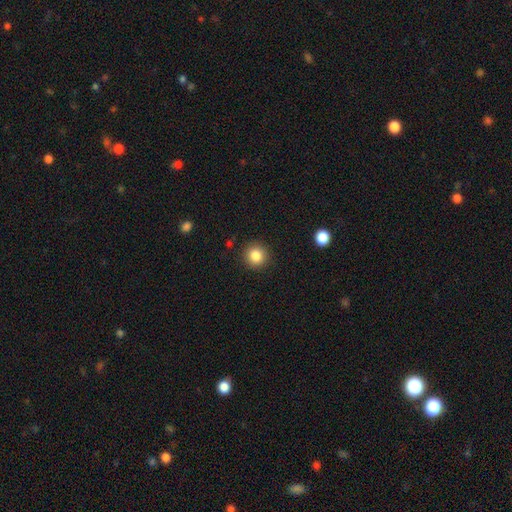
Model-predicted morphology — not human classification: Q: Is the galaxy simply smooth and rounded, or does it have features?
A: smooth — 85%.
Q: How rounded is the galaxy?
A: round — 94%.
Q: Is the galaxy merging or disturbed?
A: none — 90%.